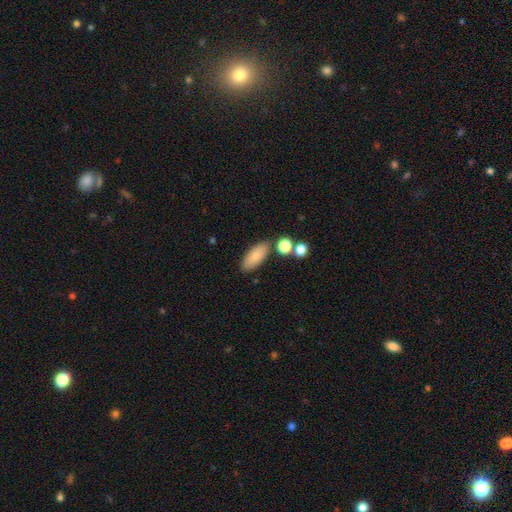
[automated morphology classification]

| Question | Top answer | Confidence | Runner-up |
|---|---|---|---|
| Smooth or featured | smooth | 83% | featured or disk (10%) |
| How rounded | in between | 81% | cigar-shaped (16%) |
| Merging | none | 80% | minor disturbance (11%) |